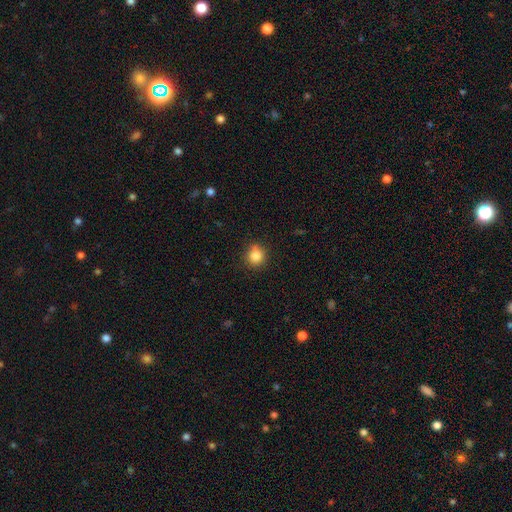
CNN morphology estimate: This is clearly a smooth galaxy (84%). How rounded: clearly round (88%). Merging: likely none (76%).